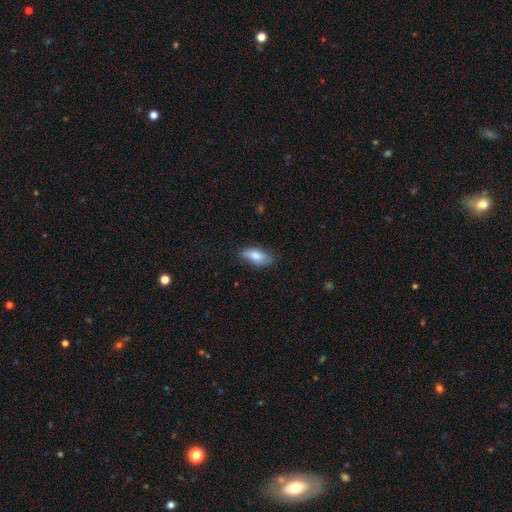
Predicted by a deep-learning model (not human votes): A smooth galaxy with no disk features (74%) that is in between round and cigar-shaped (84%). Merging: none (76%).